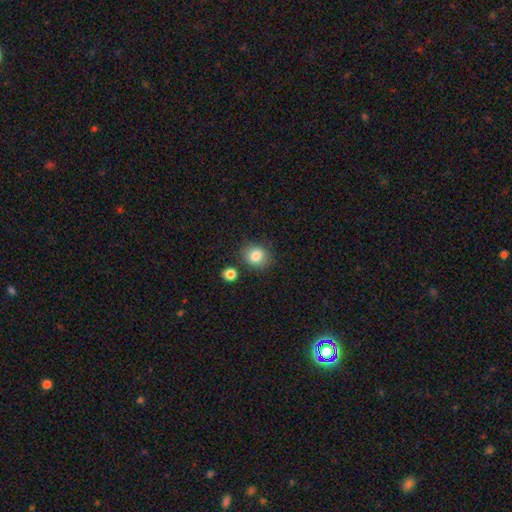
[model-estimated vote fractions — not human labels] A smooth galaxy with no disk features (83%) that is round (74%).

Vote fractions:
- Smooth or featured? smooth: 83% / star or artifact: 10% / featured or disk: 7%
- How rounded? round: 74% / in between: 25% / cigar-shaped: 1%
- Merging? none: 79% / minor disturbance: 12% / merger: 6% / major disturbance: 3%